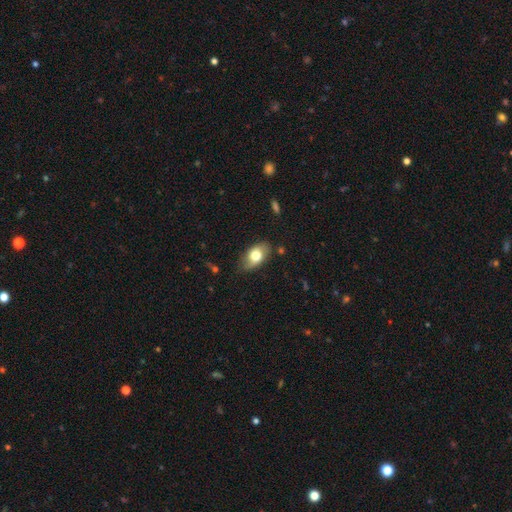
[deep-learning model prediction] smooth 72%, featured or disk 21%, star or artifact 7%. Down the decision tree: how rounded — in between (90%); merging — none (74%).